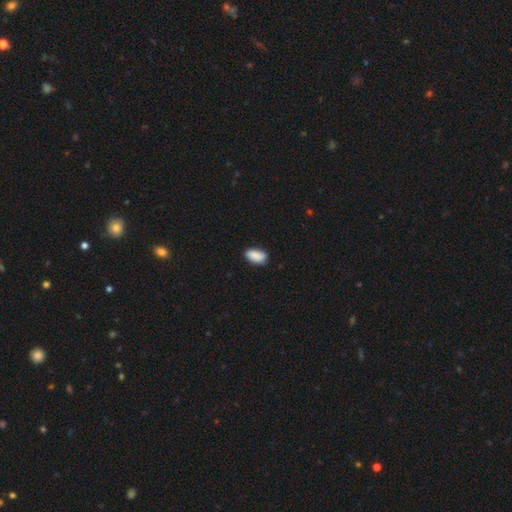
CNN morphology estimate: Smooth or featured? Predicted: smooth (p=0.88). How rounded? Predicted: in between (p=0.92). Merging? Predicted: none (p=0.80).